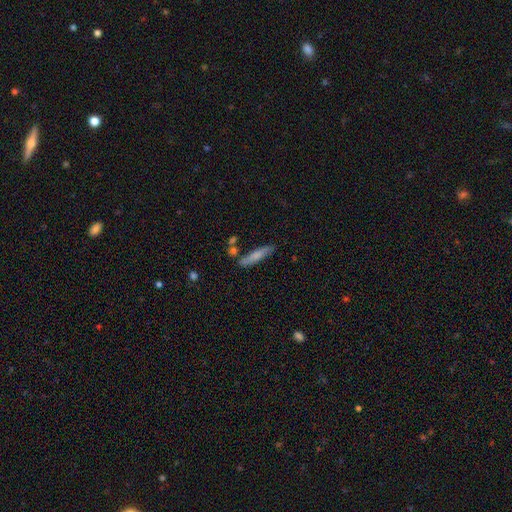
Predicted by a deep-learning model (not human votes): A smooth galaxy with no disk features (68%) that is cigar-shaped (85%). Merging: none (77%).